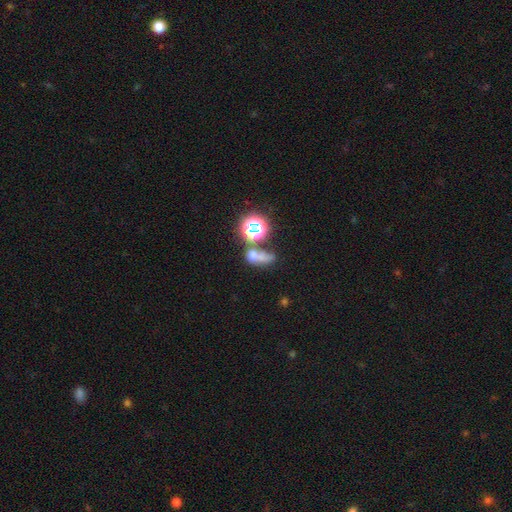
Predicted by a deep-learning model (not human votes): Smooth or featured? Predicted: smooth (p=0.52). How rounded? Predicted: in between (p=0.53). Merging? Predicted: merger (p=0.43).